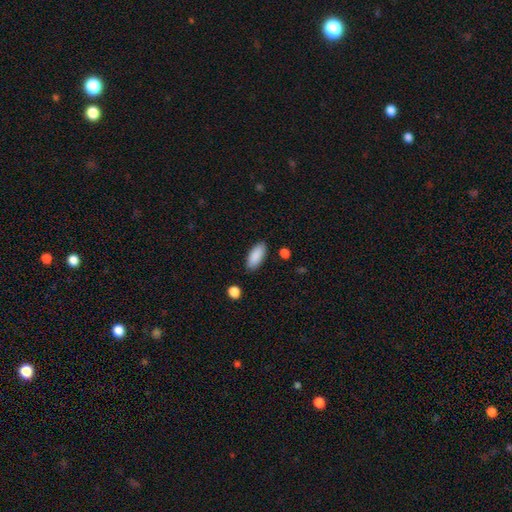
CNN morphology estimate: Overall: smooth (90%). How rounded: in between (87%). Merging: none (86%).